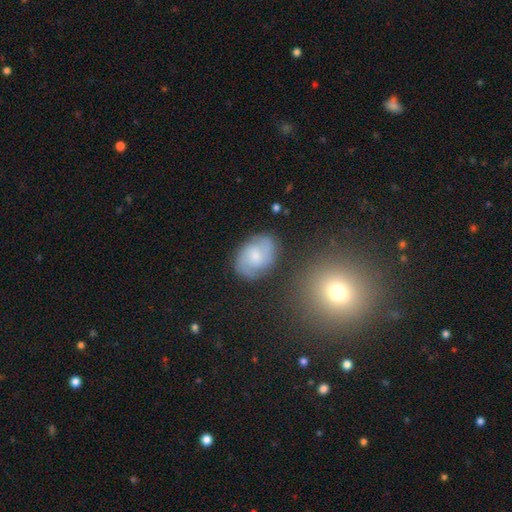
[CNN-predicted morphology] Smooth or featured? Predicted: featured or disk (p=0.60). Edge-on disk? Predicted: no (p=0.97). Bar? Predicted: no (p=0.50). Spiral arms? Predicted: yes (p=0.90). Spiral winding? Predicted: medium (p=0.47). Spiral arm count? Predicted: 2 (p=0.66). Bulge size? Predicted: small (p=0.53). Merging? Predicted: none (p=0.76).